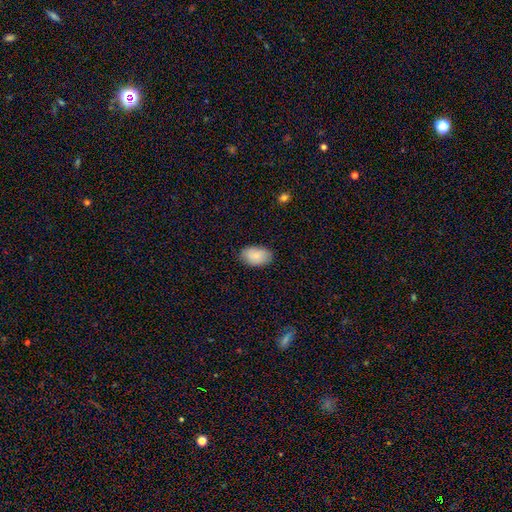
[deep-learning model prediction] This is clearly a smooth galaxy (83%). How rounded: clearly in between (92%). Merging: clearly none (82%).